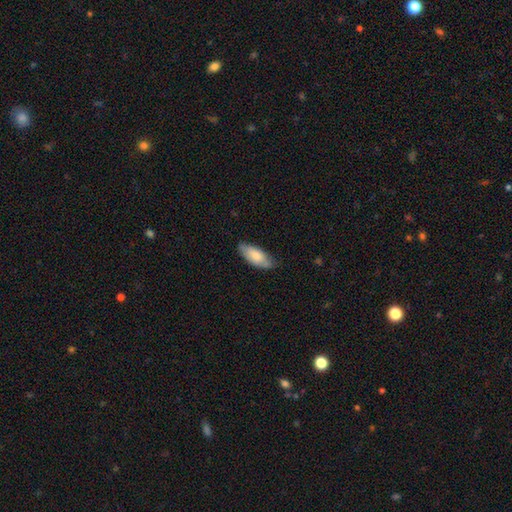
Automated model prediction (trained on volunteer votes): Smooth or featured? smooth (78%)
How rounded? in between (83%)
Merging? none (72%)